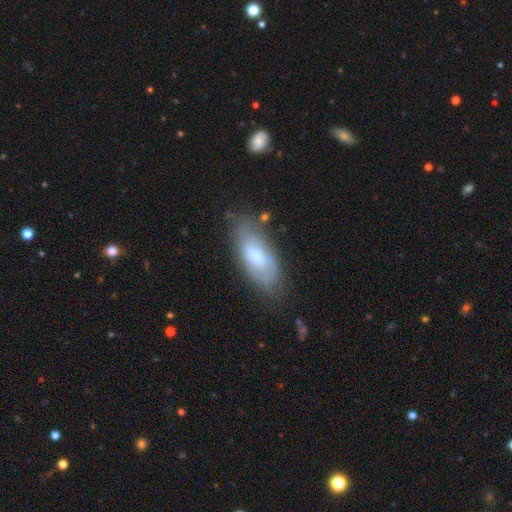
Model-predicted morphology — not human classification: smooth_or_featured: smooth (p=0.52) [alt: featured or disk p=0.41]
how_rounded: in between (p=0.81) [alt: cigar-shaped p=0.17]
merging: none (p=0.69) [alt: minor disturbance p=0.22]